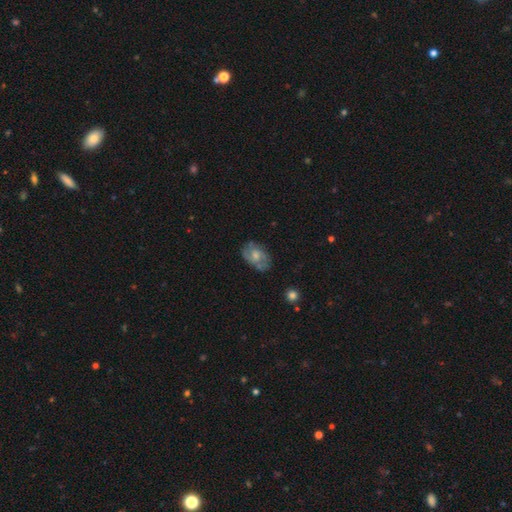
This is likely a featured or disk galaxy (64%). It is clearly not viewed edge-on (96%). Bar: possibly no (50%). Spiral arm pattern: clearly yes (92%). Spiral arm count: possibly 2 (55%). Spiral winding: likely medium (68%). Central bulge: possibly moderate (58%). Merging: likely none (69%).